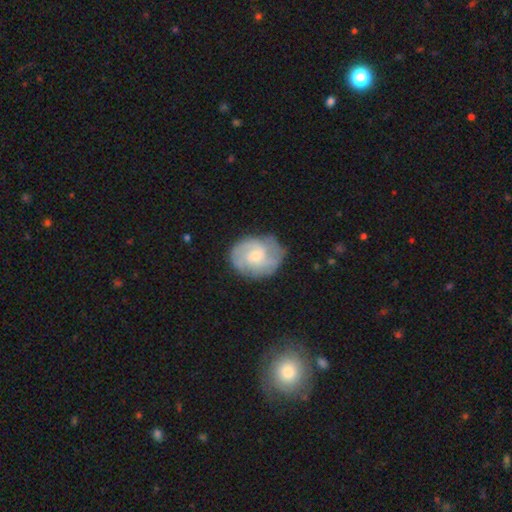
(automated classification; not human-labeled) Overall: featured or disk (74%). Edge-on disk: no (98%). Bar: no (66%; weak 30%). Spiral arms: yes (93%). Spiral arm count: 2 (38%; can't tell 24%). Spiral winding: tight (44%; medium 42%). Bulge size: small (62%; moderate 33%). Merging: none (72%).